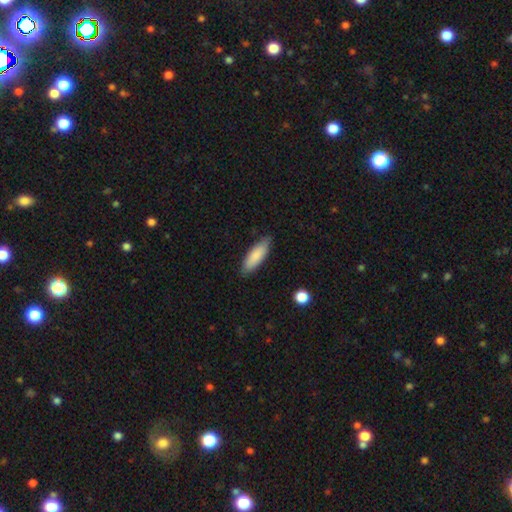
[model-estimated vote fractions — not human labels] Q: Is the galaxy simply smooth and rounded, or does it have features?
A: smooth — 85%.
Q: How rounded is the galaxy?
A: in between — 57%.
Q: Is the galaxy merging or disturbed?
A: none — 82%.